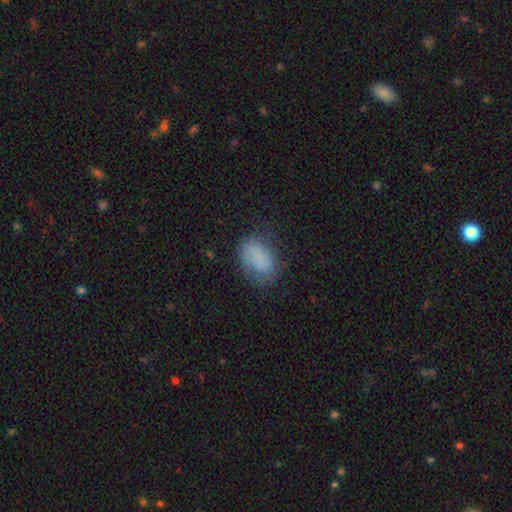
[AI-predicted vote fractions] Smooth or featured?
  - smooth: 80% *
  - featured or disk: 10%
  - star or artifact: 10%
How rounded?
  - in between: 84% *
  - round: 15%
  - cigar-shaped: 1%
Merging?
  - none: 63% *
  - minor disturbance: 25%
  - major disturbance: 10%
  - merger: 2%